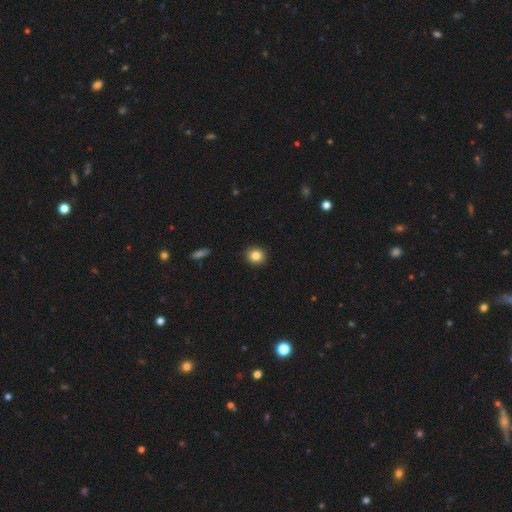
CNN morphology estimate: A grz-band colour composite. It shows a smooth galaxy with no disk features (84%) that is round (87%). Merging: none (91%).